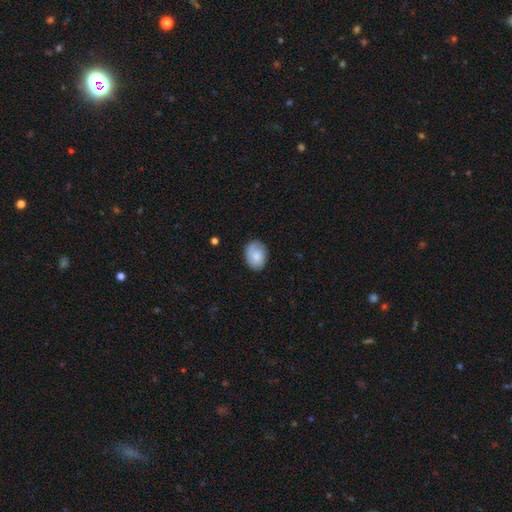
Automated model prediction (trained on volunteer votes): A smooth galaxy with no disk features (74%) that is in between round and cigar-shaped (74%).

Vote fractions:
- Smooth or featured? smooth: 74% / featured or disk: 19% / star or artifact: 7%
- How rounded? in between: 74% / round: 25% / cigar-shaped: 1%
- Merging? none: 74% / minor disturbance: 20% / major disturbance: 5% / merger: 1%